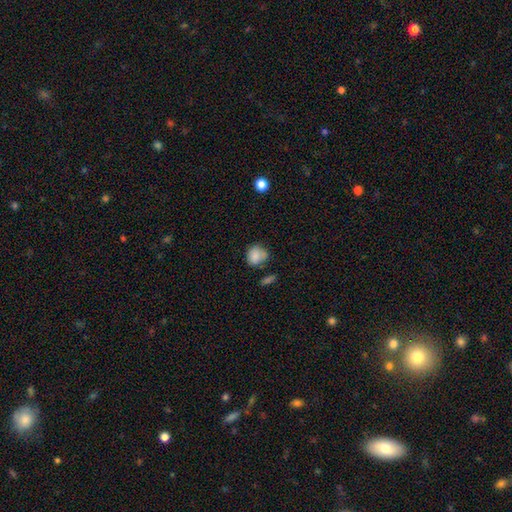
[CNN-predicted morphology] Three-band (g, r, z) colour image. It shows a smooth galaxy with no disk features (84%) that is round (75%). Merging: none (55%).